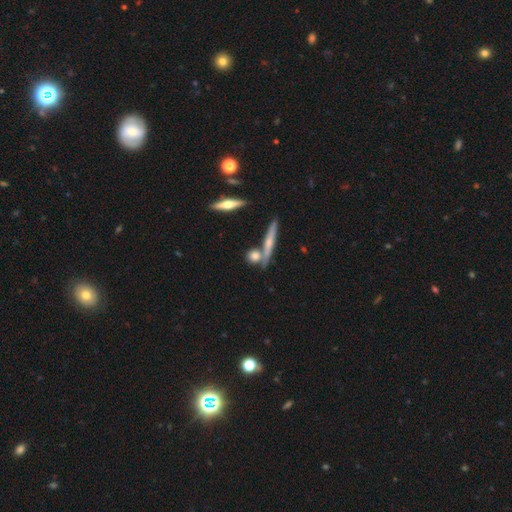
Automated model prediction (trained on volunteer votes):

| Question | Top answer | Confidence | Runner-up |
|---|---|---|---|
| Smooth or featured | featured or disk | 51% | smooth (36%) |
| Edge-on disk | yes | 90% | no (10%) |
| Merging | none | 71% | merger (16%) |